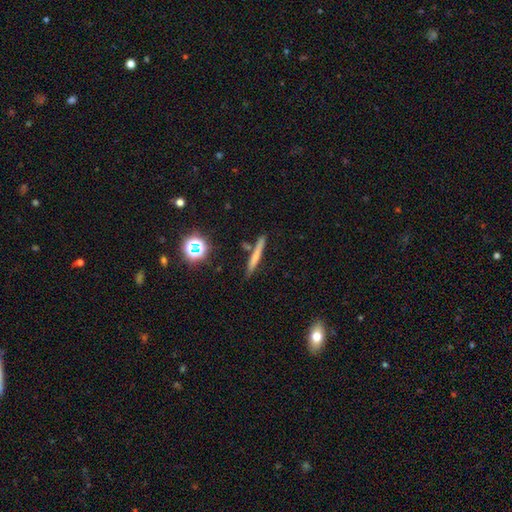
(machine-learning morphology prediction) Smooth or featured?
  - smooth: 60% *
  - featured or disk: 28%
  - star or artifact: 12%
How rounded?
  - cigar-shaped: 93% *
  - in between: 4%
  - round: 3%
Merging?
  - none: 82% *
  - minor disturbance: 10%
  - merger: 6%
  - major disturbance: 3%